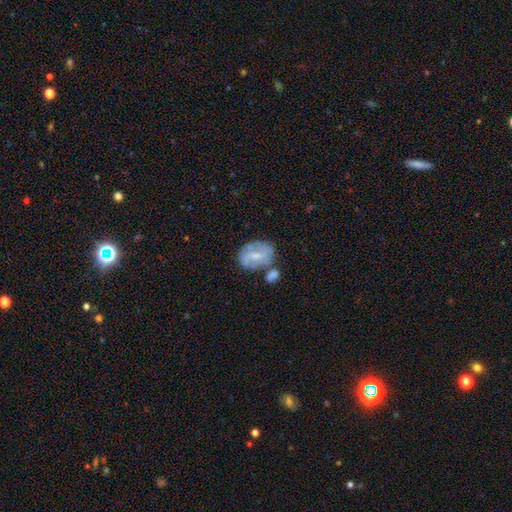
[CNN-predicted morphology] Q: Smooth or featured?
A: featured or disk (53%); runner-up: smooth (39%)
Q: Edge-on disk?
A: no (96%); runner-up: yes (4%)
Q: Bar?
A: weak (45%); runner-up: no (40%)
Q: Spiral arms?
A: yes (59%); runner-up: no (41%)
Q: Bulge size?
A: small (45%); runner-up: moderate (44%)
Q: Merging?
A: none (44%); runner-up: merger (23%)